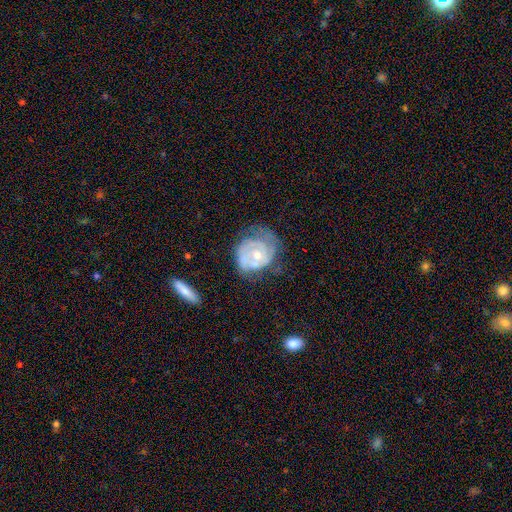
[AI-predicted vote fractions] Smooth or featured?
  - featured or disk: 76% *
  - smooth: 18%
  - star or artifact: 6%
Edge-on disk?
  - no: 97% *
  - yes: 3%
Bar?
  - no: 76% *
  - weak: 21%
  - strong: 4%
Spiral arms?
  - yes: 85% *
  - no: 15%
Spiral winding?
  - tight: 63% *
  - medium: 28%
  - loose: 9%
Spiral arm count?
  - 2: 41% *
  - can't tell: 32%
  - 3: 11%
  - 1: 11%
  - 4: 3%
  - more than 4: 3%
Bulge size?
  - moderate: 51% *
  - small: 44%
  - large: 2%
  - none: 2%
  - dominant: 1%
Merging?
  - none: 47% *
  - minor disturbance: 27%
  - major disturbance: 19%
  - merger: 6%